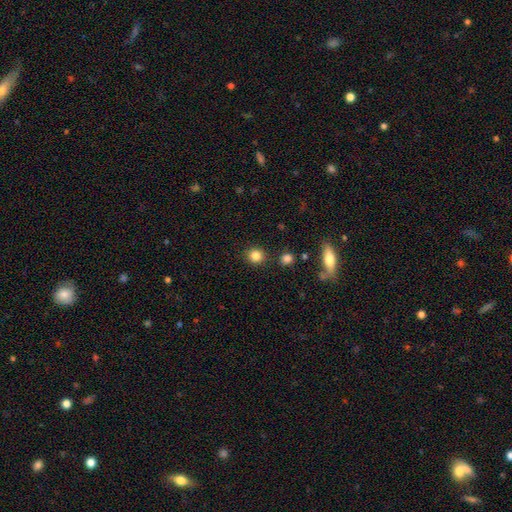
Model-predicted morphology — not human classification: Smooth or featured?
  - smooth: 84% *
  - star or artifact: 11%
  - featured or disk: 5%
How rounded?
  - round: 88% *
  - in between: 11%
  - cigar-shaped: 1%
Merging?
  - none: 88% *
  - minor disturbance: 7%
  - merger: 3%
  - major disturbance: 2%